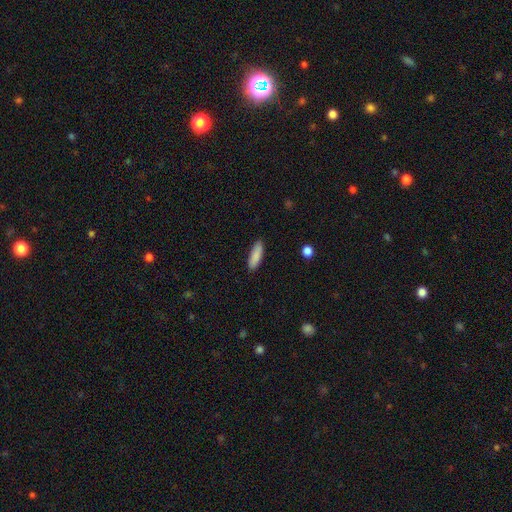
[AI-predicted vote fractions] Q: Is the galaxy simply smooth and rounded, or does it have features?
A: smooth — 88%.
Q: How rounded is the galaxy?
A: in between — 50%.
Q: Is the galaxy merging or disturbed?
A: none — 88%.